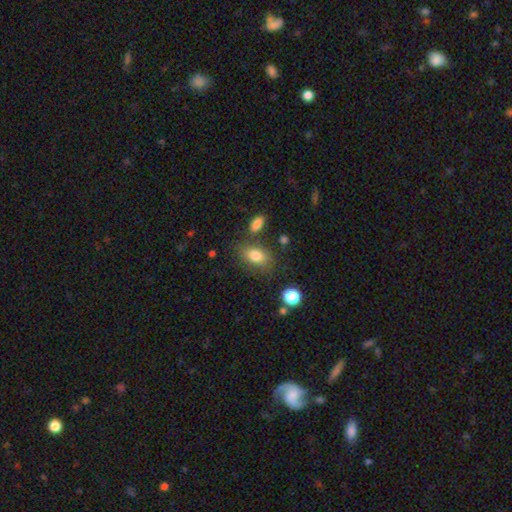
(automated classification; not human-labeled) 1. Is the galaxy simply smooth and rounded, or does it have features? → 80% smooth, 11% featured or disk, 9% star or artifact.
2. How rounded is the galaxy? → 85% in between, 12% round, 3% cigar-shaped.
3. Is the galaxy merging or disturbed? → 70% none, 17% minor disturbance, 7% merger, 6% major disturbance.